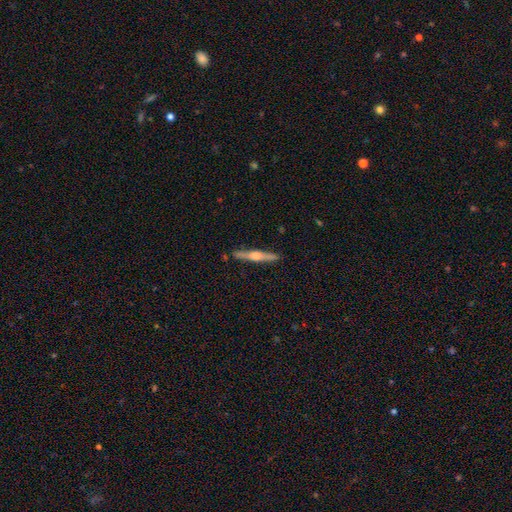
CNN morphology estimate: A featured or disk galaxy (71%) viewed edge-on (98%) with a rounded central bulge (89%). Merging: none (89%).